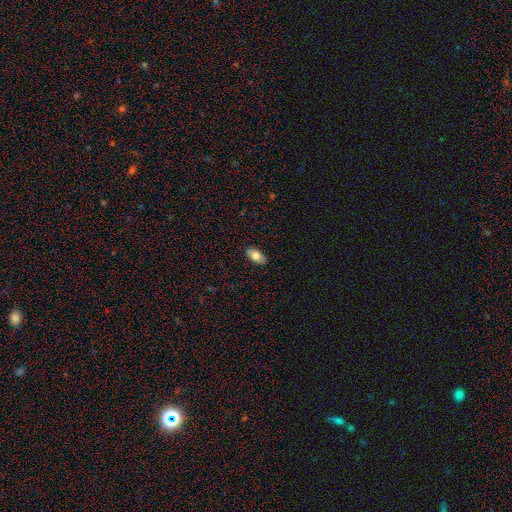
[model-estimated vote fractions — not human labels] smooth 77%, featured or disk 16%, star or artifact 7%. Down the decision tree: how rounded — in between (92%); merging — none (88%).